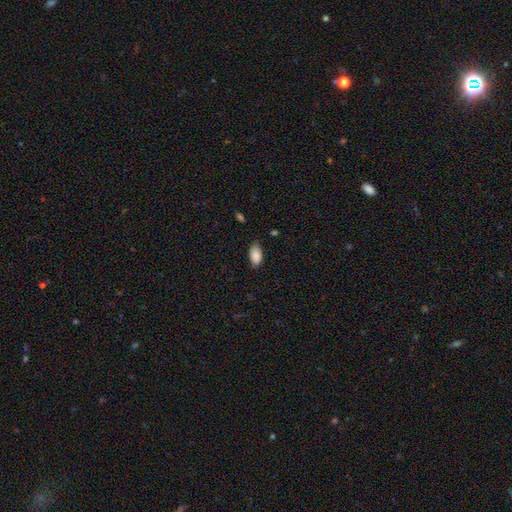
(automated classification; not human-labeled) smooth-or-featured: smooth: 88% | star or artifact: 7% | featured or disk: 5%
  how-rounded: in between: 94% | round: 3% | cigar-shaped: 3%
  merging: none: 70% | minor disturbance: 25% | major disturbance: 4% | merger: 1%